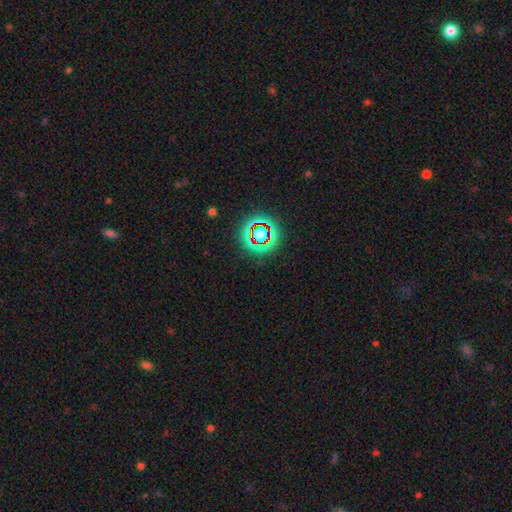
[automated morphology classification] Smooth or featured? Predicted: star or artifact (p=0.55).